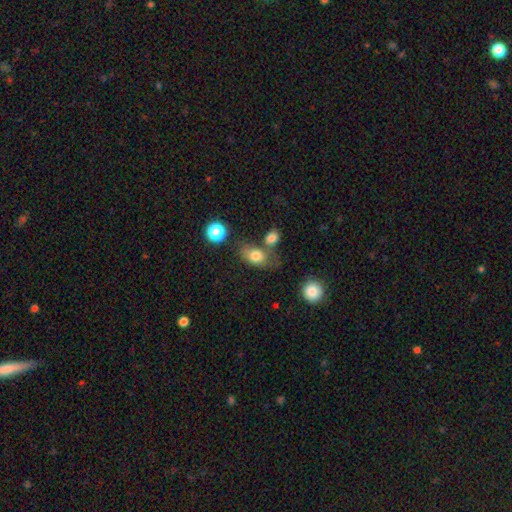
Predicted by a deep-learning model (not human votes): Smooth or featured: smooth — 77% (featured or disk — 13%)
How rounded: in between — 76% (round — 21%)
Merging: none — 49% (merger — 26%)